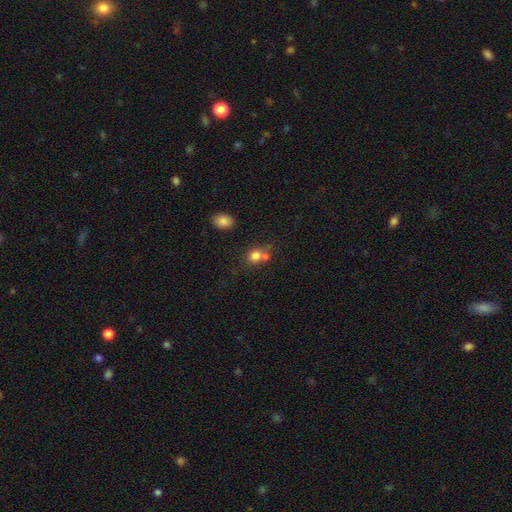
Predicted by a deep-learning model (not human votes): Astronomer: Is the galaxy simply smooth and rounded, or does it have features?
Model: smooth — 78%.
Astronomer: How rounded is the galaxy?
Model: round — 75%.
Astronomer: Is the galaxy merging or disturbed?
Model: none — 46% (runner-up: merger, 39%).